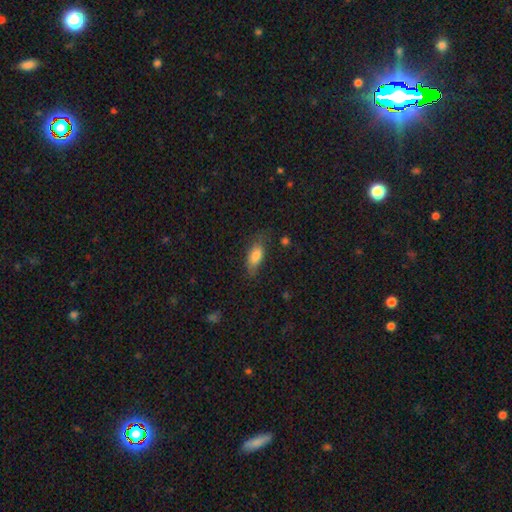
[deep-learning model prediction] This is clearly a smooth galaxy (80%). How rounded: clearly in between (83%). Merging: likely none (65%).